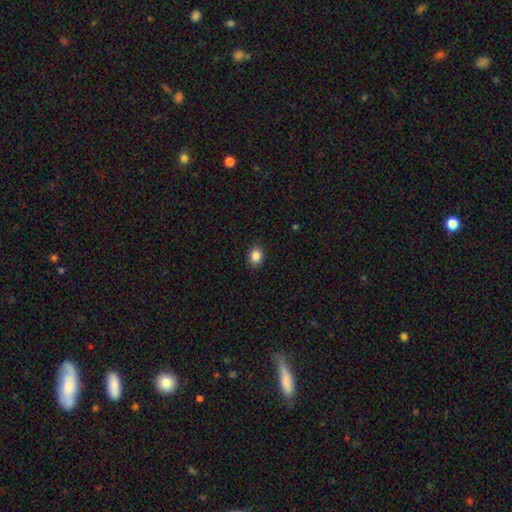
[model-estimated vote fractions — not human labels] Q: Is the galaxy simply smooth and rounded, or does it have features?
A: smooth — 87%.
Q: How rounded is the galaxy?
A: round — 51%.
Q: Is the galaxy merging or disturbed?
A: none — 89%.